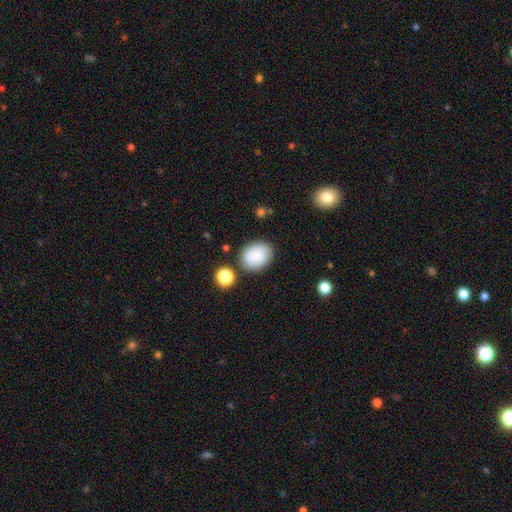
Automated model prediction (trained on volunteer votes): smooth-or-featured: smooth: 83% | star or artifact: 8% | featured or disk: 8%
  how-rounded: in between: 55% | round: 44% | cigar-shaped: 1%
  merging: none: 76% | minor disturbance: 14% | merger: 6% | major disturbance: 4%